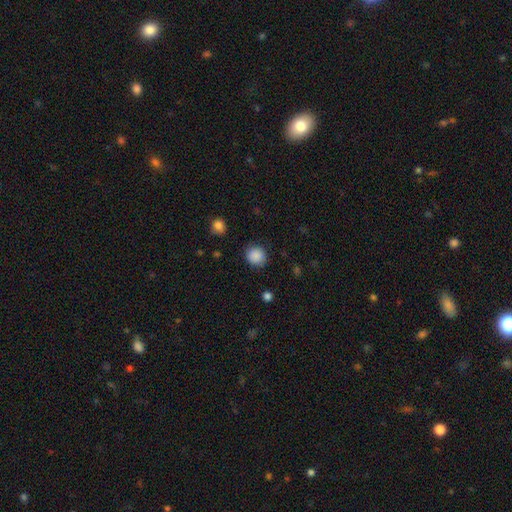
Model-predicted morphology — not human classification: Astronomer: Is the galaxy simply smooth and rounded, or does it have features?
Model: smooth — 88%.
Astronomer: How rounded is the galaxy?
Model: round — 87%.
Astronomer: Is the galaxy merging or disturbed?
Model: none — 84%.